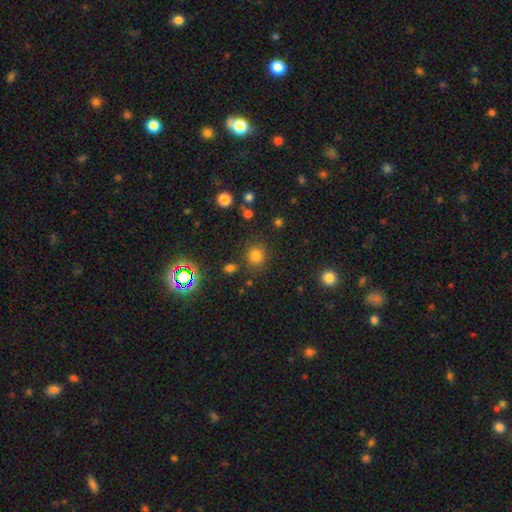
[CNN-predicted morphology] The model was most divided on "smooth or featured": smooth: 75%, star or artifact: 19%, featured or disk: 6%. More confident: how rounded — round (86%); merging — none (81%).